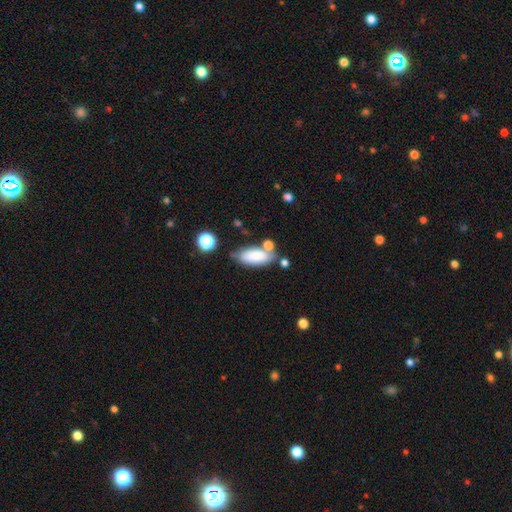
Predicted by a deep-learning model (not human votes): A smooth galaxy with no disk features (81%) that is in between round and cigar-shaped (84%). Merging: none (59%).